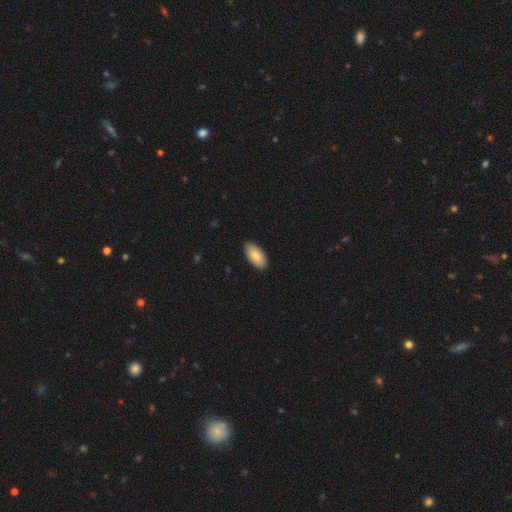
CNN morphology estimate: This is clearly a smooth galaxy (86%). How rounded: clearly in between (95%). Merging: clearly none (90%).